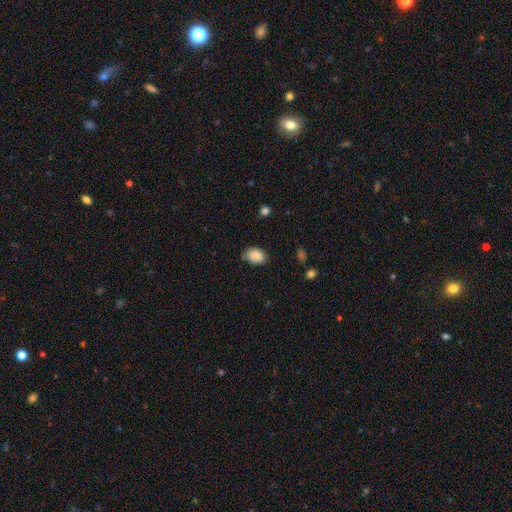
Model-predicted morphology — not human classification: Smooth or featured?
  - smooth: 87% *
  - star or artifact: 8%
  - featured or disk: 5%
How rounded?
  - in between: 79% *
  - round: 20%
  - cigar-shaped: 1%
Merging?
  - none: 65% *
  - minor disturbance: 28%
  - major disturbance: 5%
  - merger: 2%